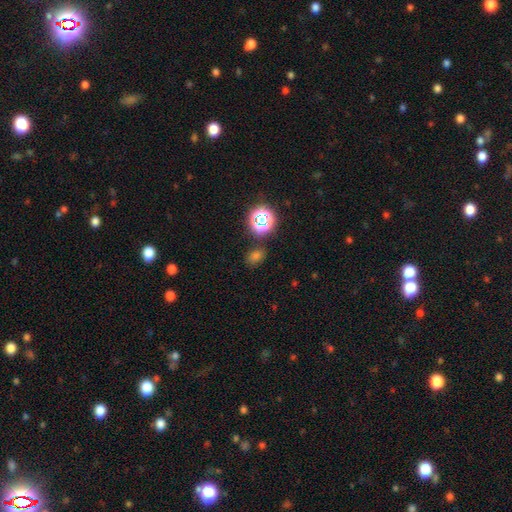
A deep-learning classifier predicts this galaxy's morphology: Smooth or featured? smooth (58%)
How rounded? in between (57%)
Merging? none (81%)